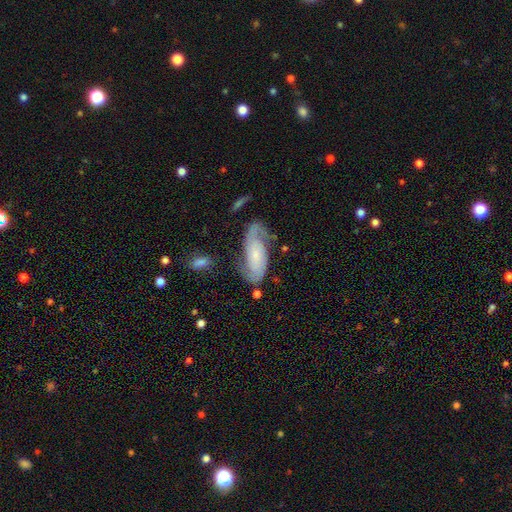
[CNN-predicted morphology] smooth-or-featured: featured or disk: 79% | smooth: 16% | star or artifact: 6%
  disk-edge-on: no: 95% | yes: 5%
    bar: no: 62% | weak: 28% | strong: 10%
    has-spiral-arms: yes: 95% | no: 5%
      spiral-winding: medium: 42% | tight: 39% | loose: 19%
      spiral-arm-count: 2: 84% | can't tell: 7% | 1: 6% | 3: 1% | 4: 1% | more than 4: 1%
    bulge-size: small: 64% | moderate: 21% | none: 9% | large: 4% | dominant: 2%
  merging: none: 67% | minor disturbance: 19% | major disturbance: 11% | merger: 3%